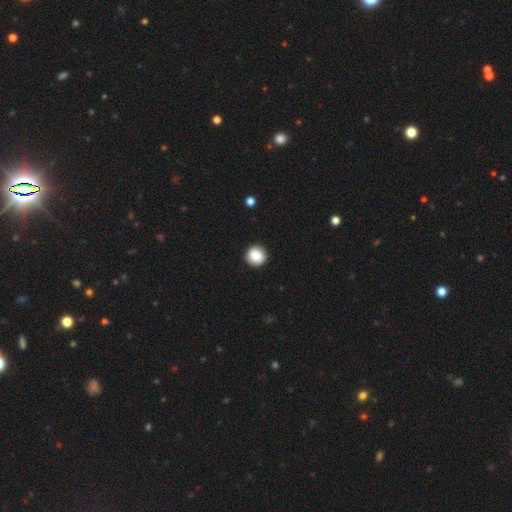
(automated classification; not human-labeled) Smooth or featured: smooth — 86% (star or artifact — 8%)
How rounded: round — 95% (in between — 4%)
Merging: none — 92% (minor disturbance — 5%)